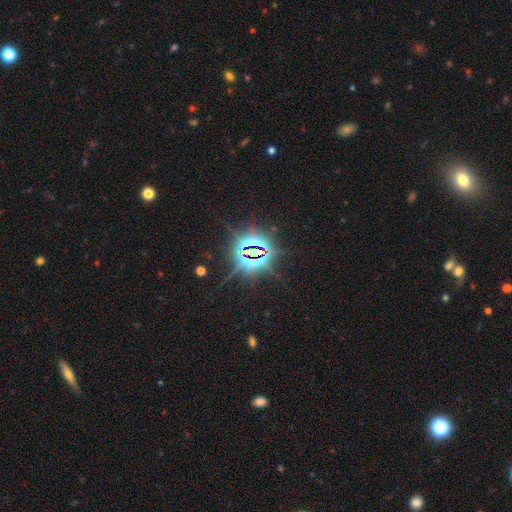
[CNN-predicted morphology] Smooth or featured?
  - star or artifact: 85% *
  - featured or disk: 8%
  - smooth: 7%